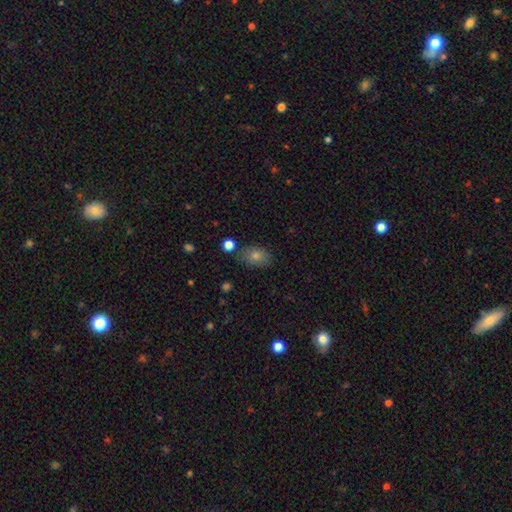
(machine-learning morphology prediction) A smooth galaxy with no disk features (73%) that is in between round and cigar-shaped (76%). Merging: none (78%).